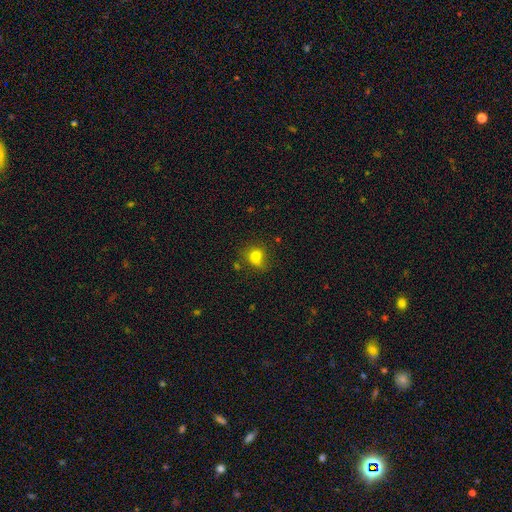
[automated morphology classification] A smooth galaxy with no disk features (76%) that is round (63%).

Vote fractions:
- Smooth or featured? smooth: 76% / star or artifact: 14% / featured or disk: 10%
- How rounded? round: 63% / in between: 36% / cigar-shaped: 1%
- Merging? none: 58% / minor disturbance: 26% / major disturbance: 10% / merger: 6%